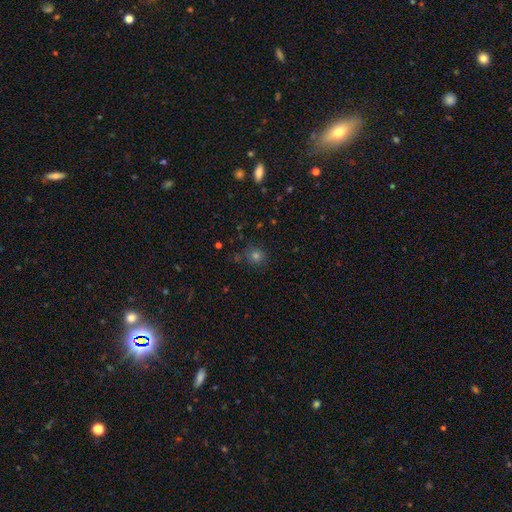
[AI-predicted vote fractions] smooth 69%, star or artifact 23%, featured or disk 8%. Down the decision tree: how rounded — round (88%); merging — none (81%).